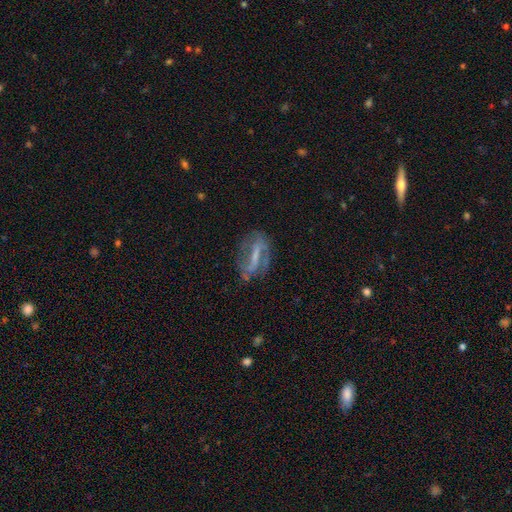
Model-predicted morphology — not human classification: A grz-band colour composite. It shows a featured or disk galaxy (72%) with a strong bar (59%), spiral arms (73%) and no central bulge (42%). Merging: none (59%).